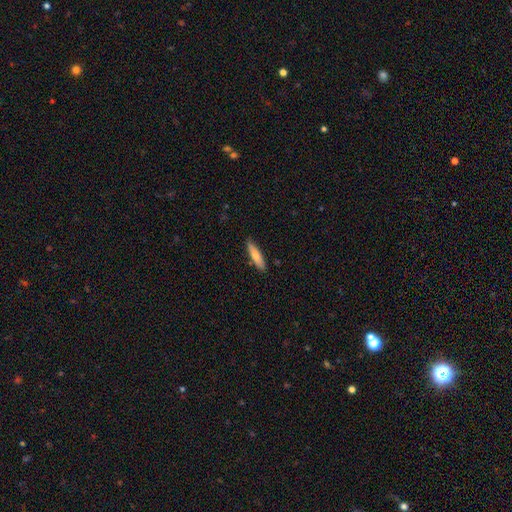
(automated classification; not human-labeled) The model was most divided on "smooth or featured": smooth: 71%, featured or disk: 23%, star or artifact: 6%. More confident: merging — none (86%); how rounded — cigar-shaped (76%).